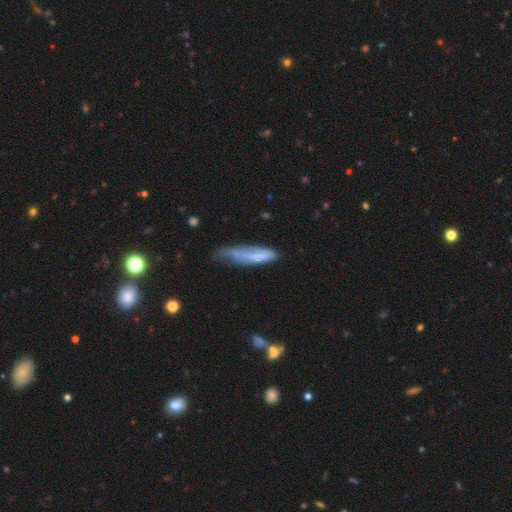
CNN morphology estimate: Q: Smooth or featured?
A: smooth (63%); runner-up: featured or disk (29%)
Q: How rounded?
A: cigar-shaped (78%); runner-up: in between (21%)
Q: Merging?
A: minor disturbance (40%); runner-up: none (33%)